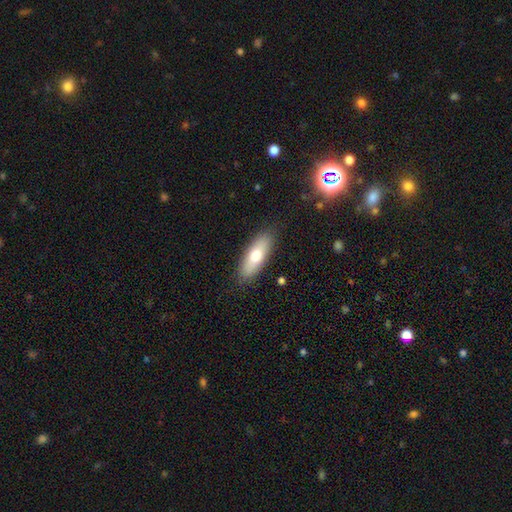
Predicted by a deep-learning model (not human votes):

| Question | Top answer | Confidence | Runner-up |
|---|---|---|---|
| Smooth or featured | smooth | 70% | featured or disk (24%) |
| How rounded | in between | 62% | cigar-shaped (35%) |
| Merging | none | 86% | minor disturbance (10%) |